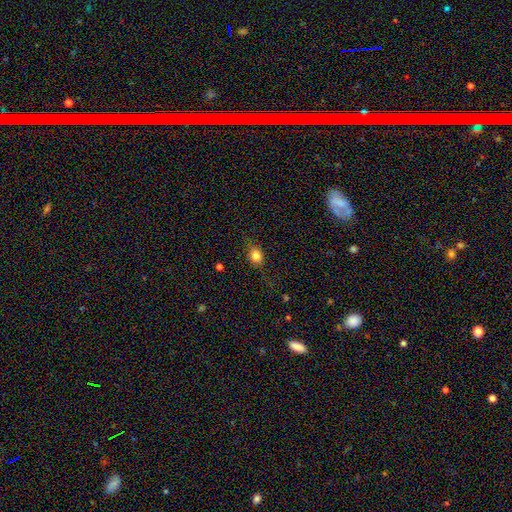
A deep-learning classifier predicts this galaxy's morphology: Smooth or featured: smooth — 72% (featured or disk — 16%)
How rounded: round — 56% (in between — 41%)
Merging: none — 73% (minor disturbance — 18%)